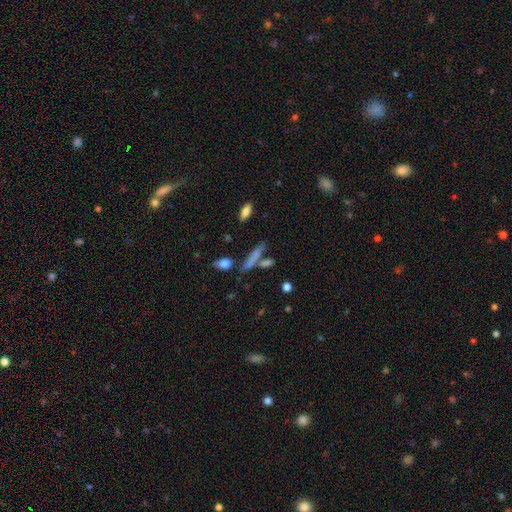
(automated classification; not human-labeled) smooth 65%, featured or disk 24%, star or artifact 11%. Down the decision tree: how rounded — cigar-shaped (84%); merging — none (67%).